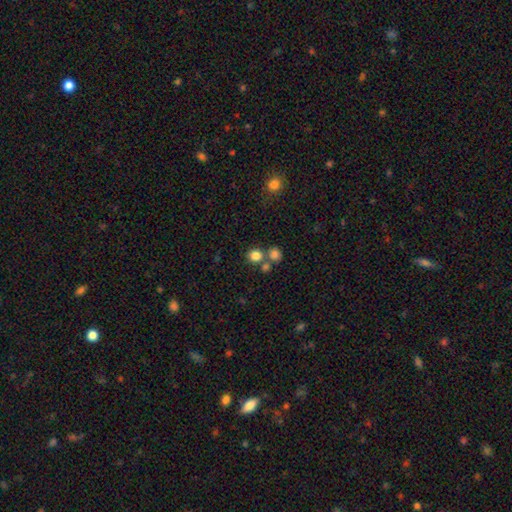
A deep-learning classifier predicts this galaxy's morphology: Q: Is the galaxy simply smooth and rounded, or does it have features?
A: smooth — 80%.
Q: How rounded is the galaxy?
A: round — 87%.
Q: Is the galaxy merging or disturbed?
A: none — 61%.